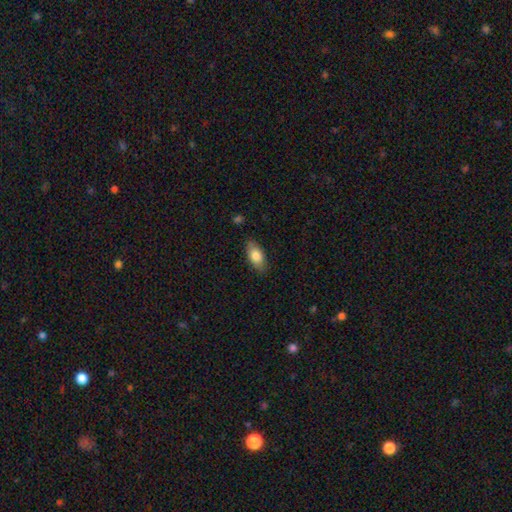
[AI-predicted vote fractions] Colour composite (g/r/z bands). It shows a smooth galaxy with no disk features (80%) that is in between round and cigar-shaped (89%). Merging: none (84%).